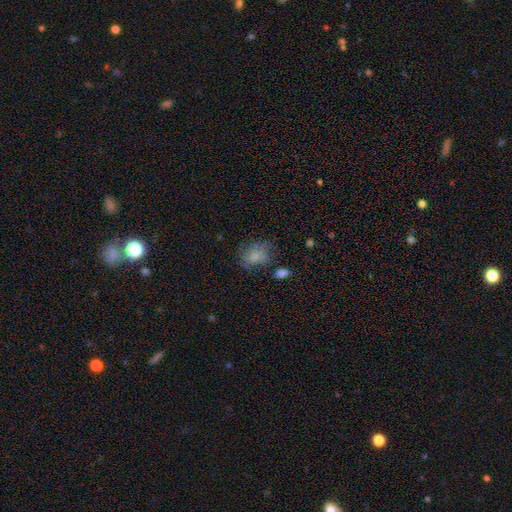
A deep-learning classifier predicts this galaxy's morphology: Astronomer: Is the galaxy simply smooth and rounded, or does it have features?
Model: smooth — 72%.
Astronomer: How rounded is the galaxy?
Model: in between — 63%.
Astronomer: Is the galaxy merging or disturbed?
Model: none — 50% (runner-up: minor disturbance, 26%).